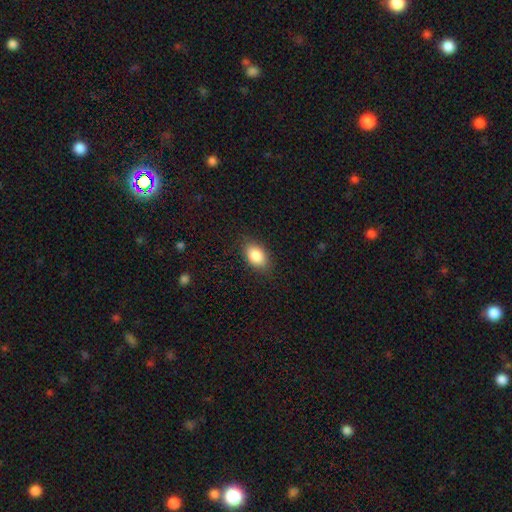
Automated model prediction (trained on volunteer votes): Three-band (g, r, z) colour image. It shows a smooth galaxy with no disk features (87%) that is in between round and cigar-shaped (89%). Merging: none (85%).